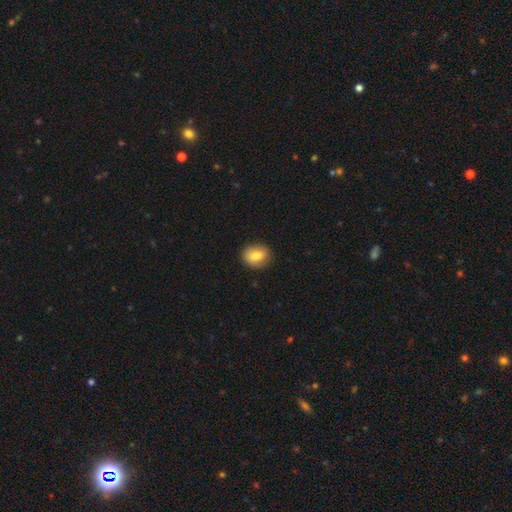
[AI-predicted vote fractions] Morphology: type=smooth (81%); roundness=in between (50%); merging=none (86%).